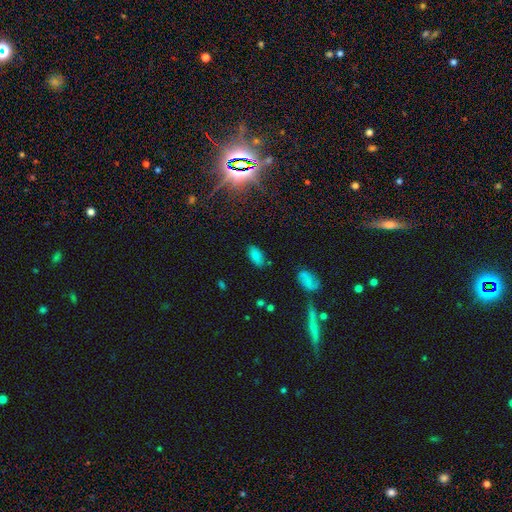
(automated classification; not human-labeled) Overall: smooth (79%). How rounded: in between (93%). Merging: none (80%).